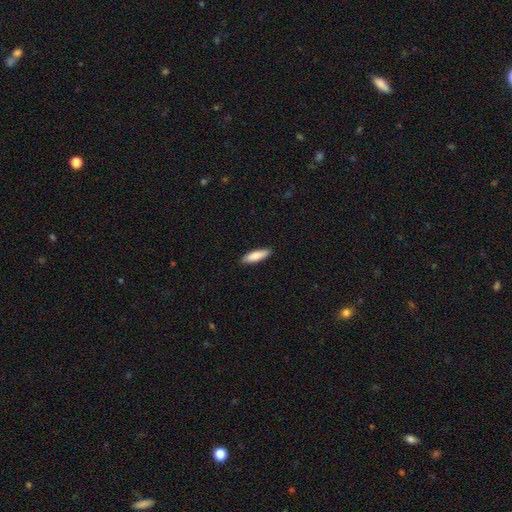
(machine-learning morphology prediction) type=smooth (85%); roundness=cigar-shaped (54%); merging=none (89%).